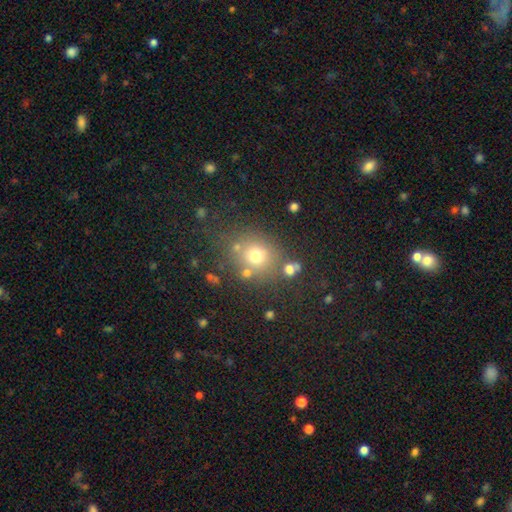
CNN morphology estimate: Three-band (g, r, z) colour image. It shows a smooth galaxy with no disk features (68%) that is round (81%). Merging: none (70%).